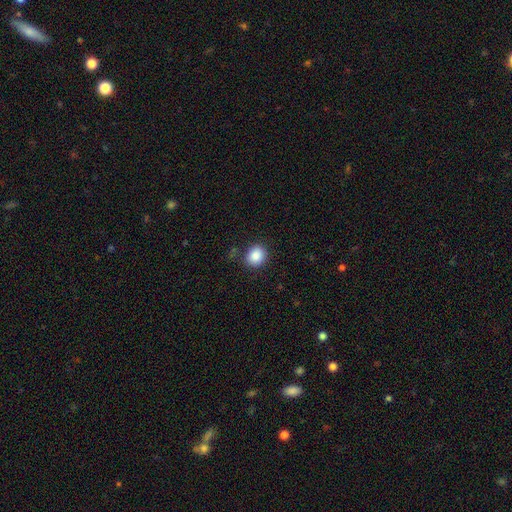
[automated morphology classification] Smooth or featured? Predicted: smooth (p=0.87). How rounded? Predicted: round (p=0.70). Merging? Predicted: none (p=0.84).